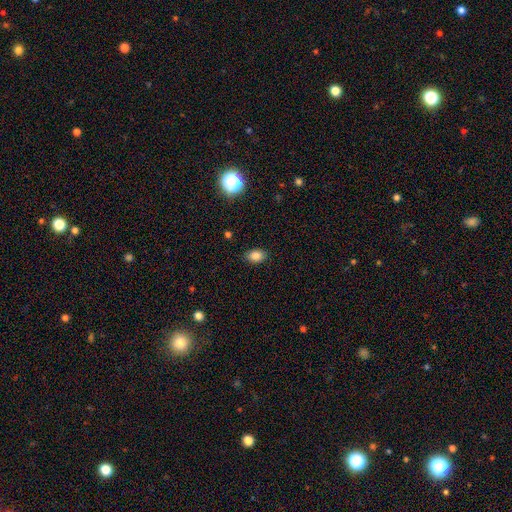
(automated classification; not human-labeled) Smooth or featured?
  - smooth: 84% *
  - star or artifact: 11%
  - featured or disk: 5%
How rounded?
  - in between: 77% *
  - round: 21%
  - cigar-shaped: 1%
Merging?
  - none: 86% *
  - minor disturbance: 10%
  - major disturbance: 2%
  - merger: 1%